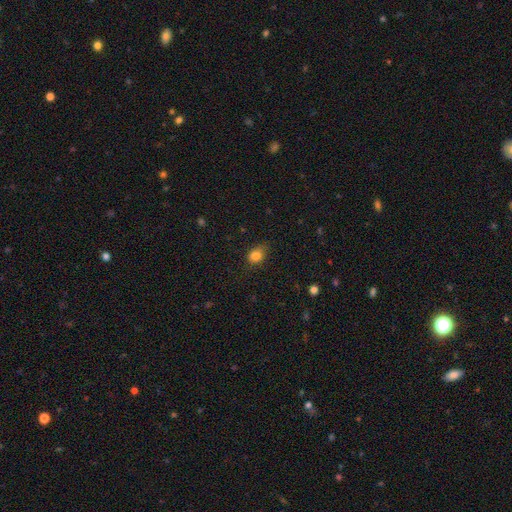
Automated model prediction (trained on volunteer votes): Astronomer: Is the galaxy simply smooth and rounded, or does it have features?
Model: smooth — 83%.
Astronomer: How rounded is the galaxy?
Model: in between — 52% (runner-up: round, 46%).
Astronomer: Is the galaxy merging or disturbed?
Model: none — 63%.